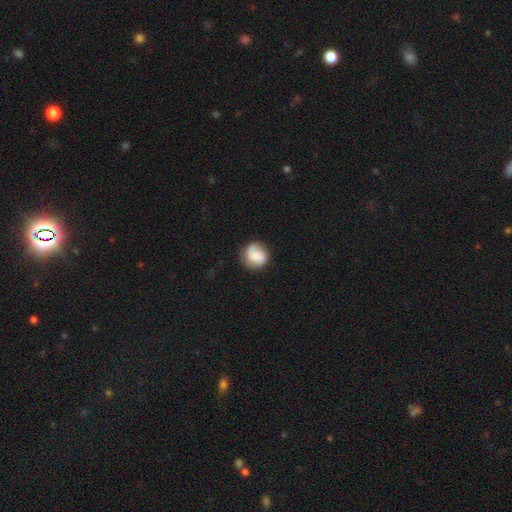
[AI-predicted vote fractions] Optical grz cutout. It shows a smooth galaxy with no disk features (64%) that is round (85%). Merging: none (71%).